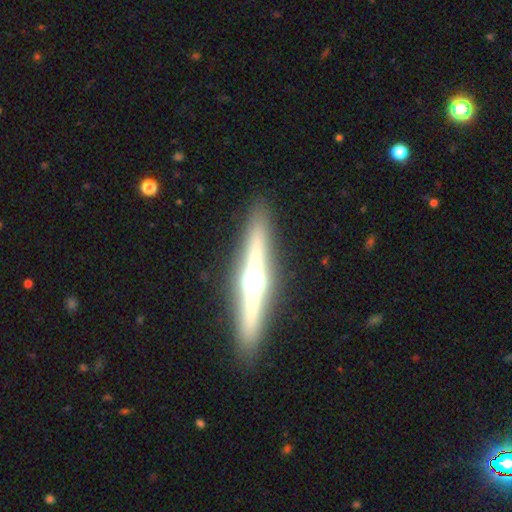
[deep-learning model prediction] Smooth or featured?
  - featured or disk: 67% *
  - smooth: 22%
  - star or artifact: 11%
Edge-on disk?
  - yes: 94% *
  - no: 6%
Edge-on bulge?
  - rounded: 91% *
  - boxy: 6%
  - none: 3%
Merging?
  - none: 86% *
  - minor disturbance: 8%
  - major disturbance: 3%
  - merger: 2%